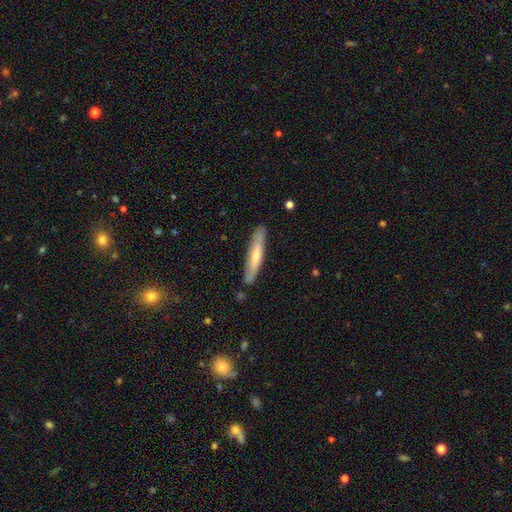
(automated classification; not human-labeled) smooth-or-featured: smooth: 53% | featured or disk: 41% | star or artifact: 5%
  how-rounded: cigar-shaped: 91% | in between: 8% | round: 1%
  merging: none: 85% | minor disturbance: 11% | merger: 2% | major disturbance: 2%